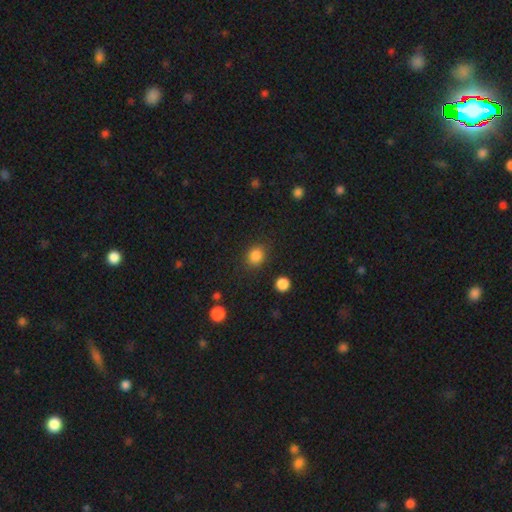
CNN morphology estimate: smooth 85%, star or artifact 11%, featured or disk 4%. Down the decision tree: how rounded — round (68%); merging — none (84%).